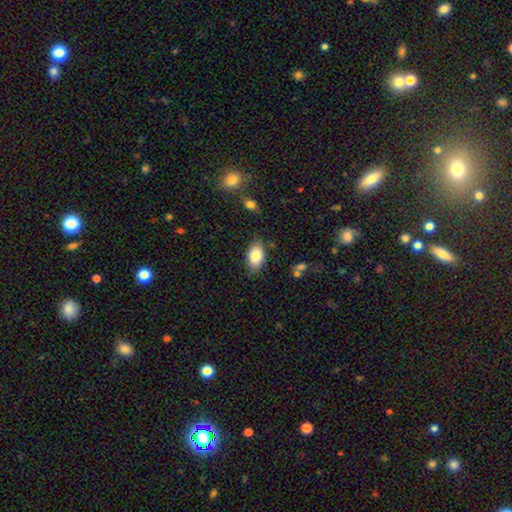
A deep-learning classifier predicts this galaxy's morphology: Smooth or featured?
  - smooth: 83% *
  - featured or disk: 10%
  - star or artifact: 7%
How rounded?
  - in between: 92% *
  - round: 6%
  - cigar-shaped: 2%
Merging?
  - none: 83% *
  - minor disturbance: 13%
  - major disturbance: 3%
  - merger: 2%